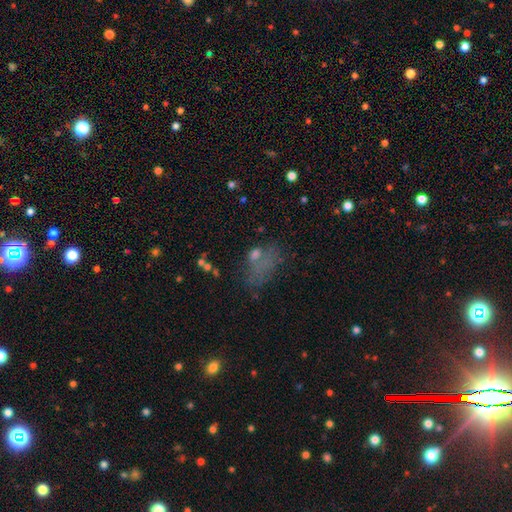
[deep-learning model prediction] smooth_or_featured: smooth (p=0.52) [alt: featured or disk p=0.26]
how_rounded: in between (p=0.83) [alt: round p=0.13]
merging: major disturbance (p=0.36) [alt: none p=0.34]